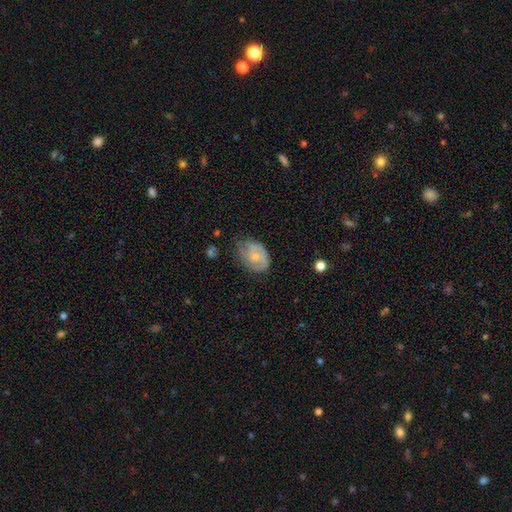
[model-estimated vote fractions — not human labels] A featured or disk galaxy (51%).

Vote fractions:
- Smooth or featured? featured or disk: 51% / smooth: 42% / star or artifact: 7%
- Edge-on disk? no: 96% / yes: 4%
- Merging? none: 48% / minor disturbance: 35% / major disturbance: 15% / merger: 2%